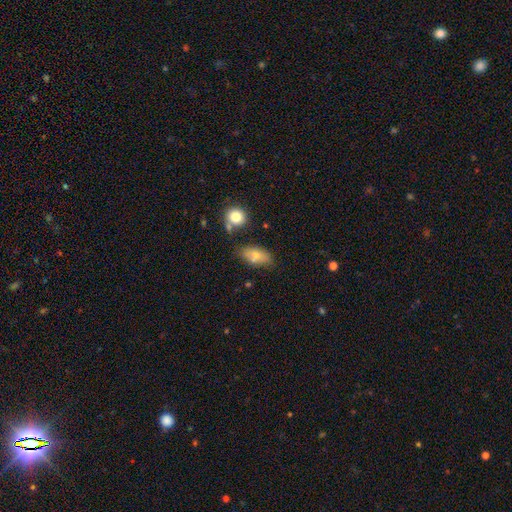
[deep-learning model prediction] Q: Smooth or featured?
A: smooth (69%); runner-up: featured or disk (22%)
Q: How rounded?
A: in between (87%); runner-up: round (7%)
Q: Merging?
A: none (62%); runner-up: minor disturbance (22%)